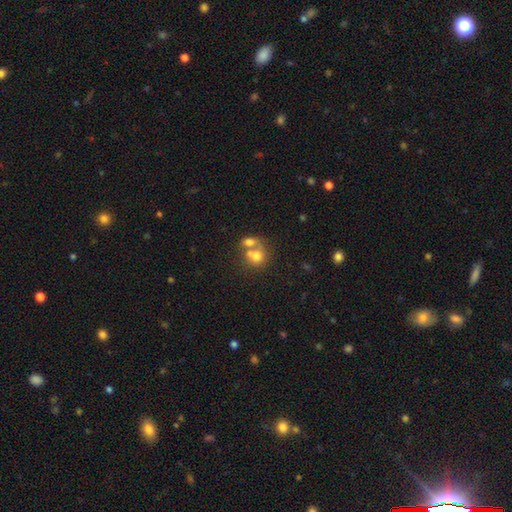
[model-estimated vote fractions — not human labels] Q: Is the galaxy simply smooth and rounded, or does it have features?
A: smooth — 68%.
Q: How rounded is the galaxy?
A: round — 69%.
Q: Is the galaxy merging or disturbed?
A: merger — 59%.